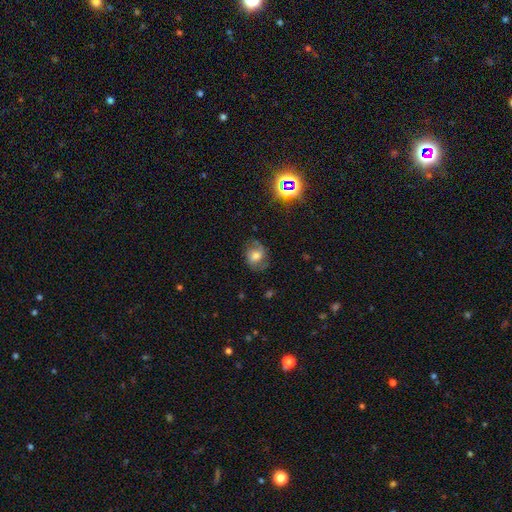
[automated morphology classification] Q: Smooth or featured?
A: smooth (49%); runner-up: featured or disk (35%)
Q: Merging?
A: none (65%); runner-up: minor disturbance (23%)